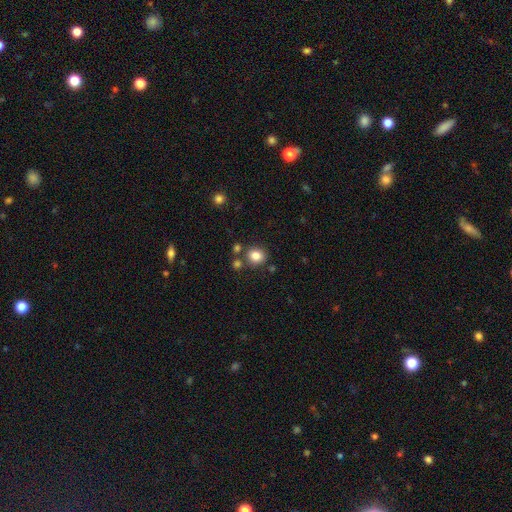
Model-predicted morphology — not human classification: Smooth or featured? Predicted: smooth (p=0.82). How rounded? Predicted: round (p=0.79). Merging? Predicted: none (p=0.77).